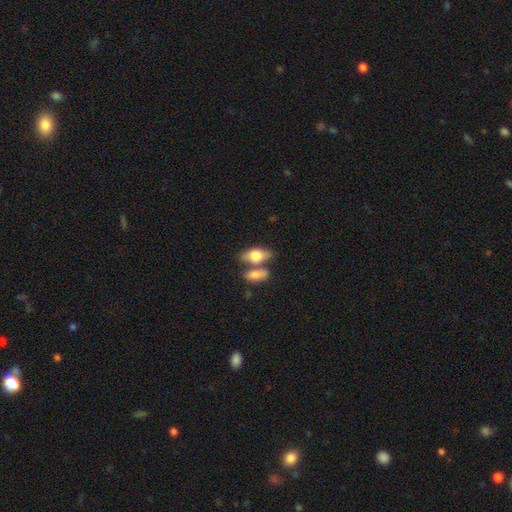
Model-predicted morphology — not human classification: smooth_or_featured: smooth (p=0.71) [alt: featured or disk p=0.22]
how_rounded: in between (p=0.84) [alt: round p=0.08]
merging: none (p=0.45) [alt: merger p=0.37]